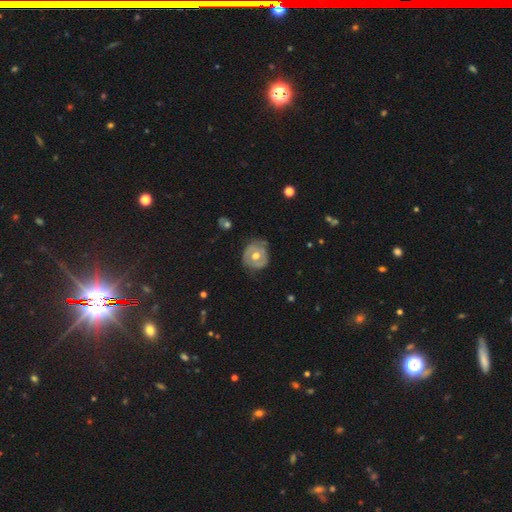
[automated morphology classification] A featured or disk galaxy (59%) with no bar (74%), no spiral arms (52%) and a moderate central bulge (81%).

Vote fractions:
- Smooth or featured? featured or disk: 59% / smooth: 35% / star or artifact: 6%
- Edge-on disk? no: 96% / yes: 4%
- Bar? no: 74% / weak: 20% / strong: 5%
- Spiral arms? no: 52% / yes: 48%
- Bulge size? moderate: 81% / small: 9% / large: 8% / none: 1% / dominant: 1%
- Merging? none: 67% / minor disturbance: 24% / major disturbance: 7% / merger: 2%